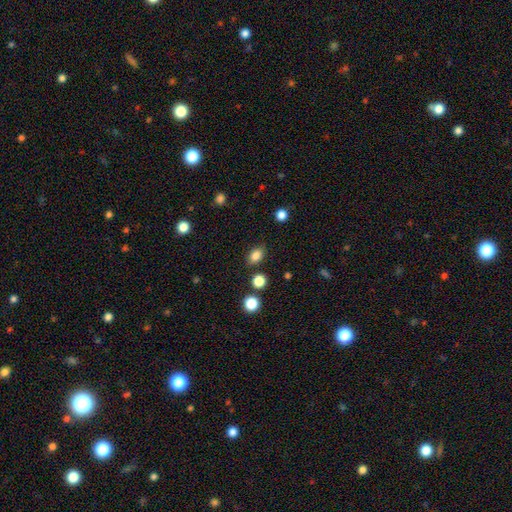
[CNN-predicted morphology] Smooth or featured? Predicted: smooth (p=0.84). How rounded? Predicted: in between (p=0.70). Merging? Predicted: none (p=0.81).